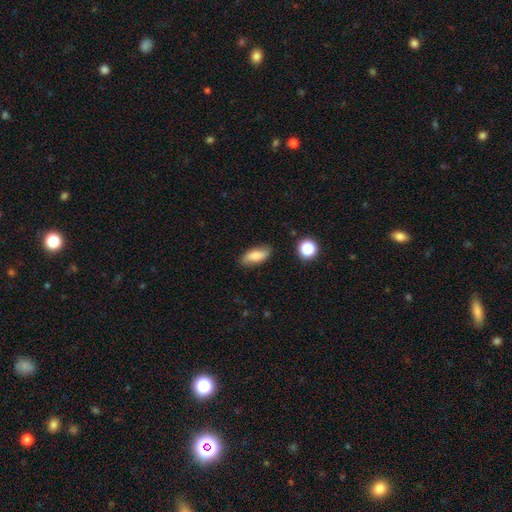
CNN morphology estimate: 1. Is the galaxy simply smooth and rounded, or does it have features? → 76% smooth, 15% featured or disk, 8% star or artifact.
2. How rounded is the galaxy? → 80% in between, 16% cigar-shaped, 4% round.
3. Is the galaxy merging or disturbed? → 82% none, 14% minor disturbance, 3% major disturbance, 2% merger.